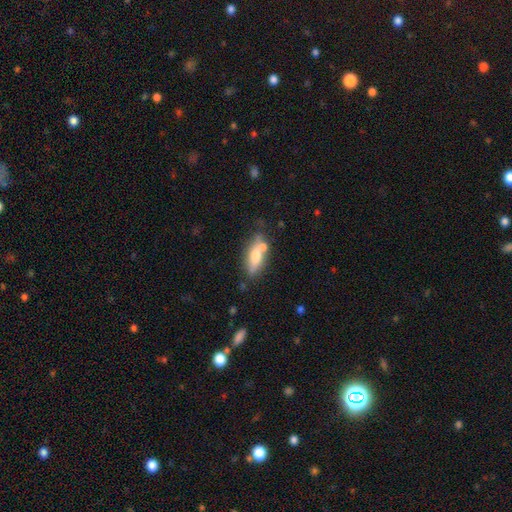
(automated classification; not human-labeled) Smooth or featured? smooth (57%)
How rounded? in between (67%)
Merging? none (56%)